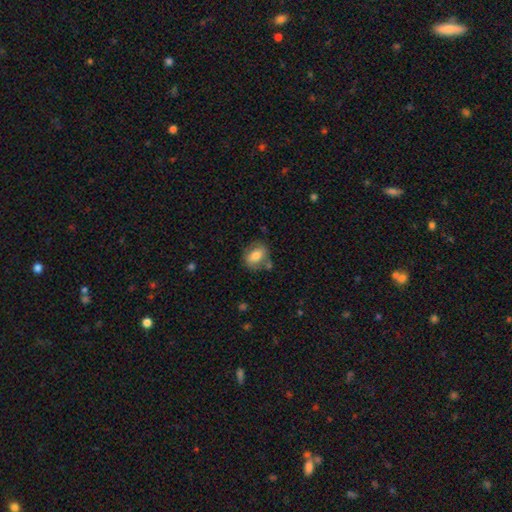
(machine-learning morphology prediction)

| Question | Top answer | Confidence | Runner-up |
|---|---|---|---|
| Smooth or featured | smooth | 75% | featured or disk (18%) |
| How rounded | in between | 67% | round (31%) |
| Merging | none | 71% | minor disturbance (17%) |